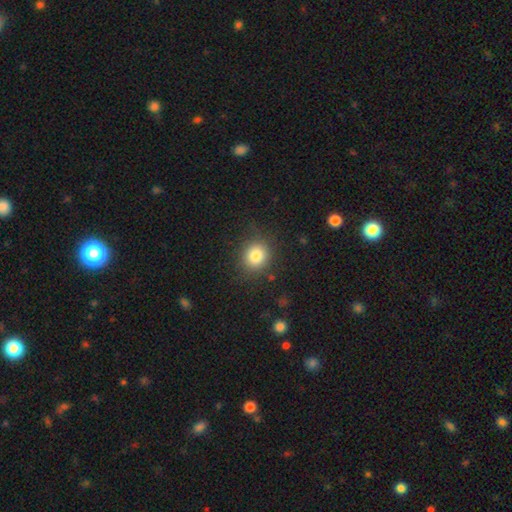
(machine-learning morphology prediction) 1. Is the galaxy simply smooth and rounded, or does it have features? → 82% smooth, 11% star or artifact, 7% featured or disk.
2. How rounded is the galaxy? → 82% round, 17% in between, 1% cigar-shaped.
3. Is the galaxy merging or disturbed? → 85% none, 10% minor disturbance, 4% major disturbance, 1% merger.